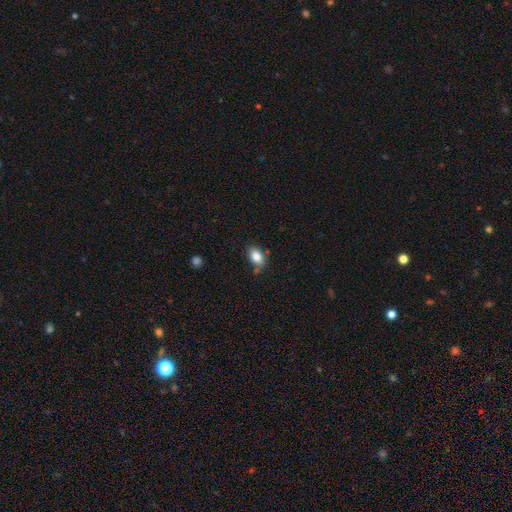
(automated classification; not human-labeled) A smooth galaxy with no disk features (84%) that is in between round and cigar-shaped (85%).

Vote fractions:
- Smooth or featured? smooth: 84% / star or artifact: 8% / featured or disk: 8%
- How rounded? in between: 85% / round: 14% / cigar-shaped: 2%
- Merging? none: 74% / minor disturbance: 17% / merger: 5% / major disturbance: 3%